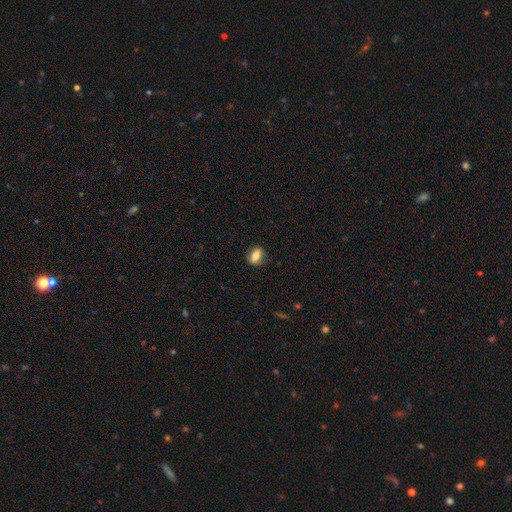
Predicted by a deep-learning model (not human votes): The model was most divided on "smooth or featured": smooth: 67%, featured or disk: 25%, star or artifact: 8%. More confident: merging — none (84%); how rounded — in between (70%).